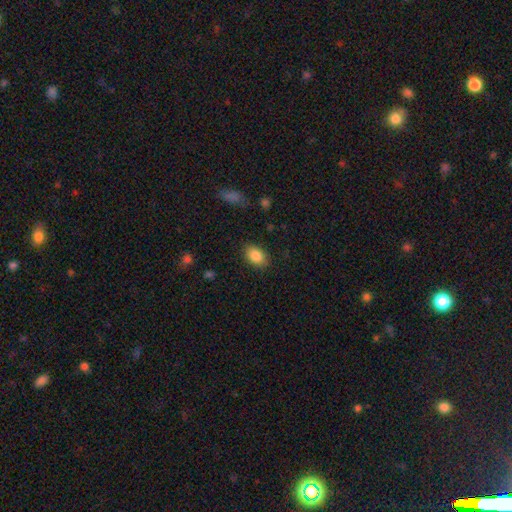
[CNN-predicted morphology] Smooth or featured? smooth (86%)
How rounded? in between (83%)
Merging? none (85%)